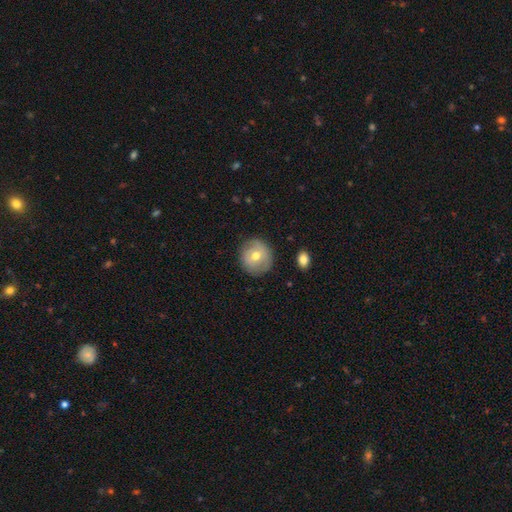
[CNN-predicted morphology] This appears to be a smooth galaxy with no disk features (62%) that is round (90%). Merging: none (84%).